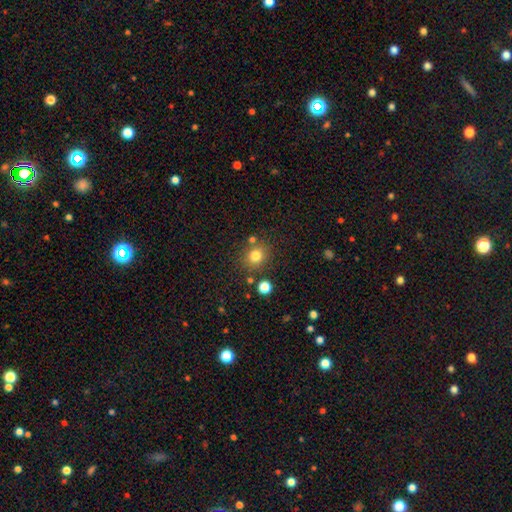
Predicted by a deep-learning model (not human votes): A smooth galaxy with no disk features (79%) that is round (84%).

Vote fractions:
- Smooth or featured? smooth: 79% / star or artifact: 14% / featured or disk: 7%
- How rounded? round: 84% / in between: 15% / cigar-shaped: 1%
- Merging? none: 80% / minor disturbance: 10% / merger: 7% / major disturbance: 3%